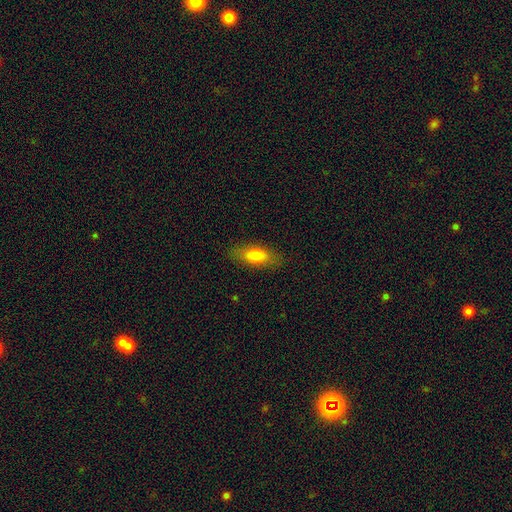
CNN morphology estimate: Smooth or featured? Predicted: smooth (p=0.77). How rounded? Predicted: in between (p=0.78). Merging? Predicted: none (p=0.85).